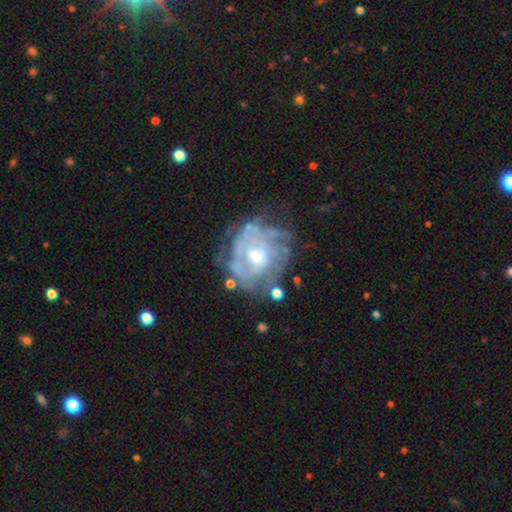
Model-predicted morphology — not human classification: Smooth or featured?
  - featured or disk: 78% *
  - smooth: 14%
  - star or artifact: 8%
Edge-on disk?
  - no: 97% *
  - yes: 3%
Bar?
  - no: 67% *
  - weak: 28%
  - strong: 5%
Spiral arms?
  - yes: 71% *
  - no: 29%
Spiral winding?
  - tight: 57% *
  - medium: 30%
  - loose: 13%
Spiral arm count?
  - can't tell: 57% *
  - 2: 13%
  - 3: 12%
  - 4: 8%
  - more than 4: 5%
  - 1: 5%
Bulge size?
  - moderate: 59% *
  - small: 31%
  - large: 6%
  - none: 3%
  - dominant: 1%
Merging?
  - none: 55% *
  - minor disturbance: 22%
  - major disturbance: 18%
  - merger: 4%